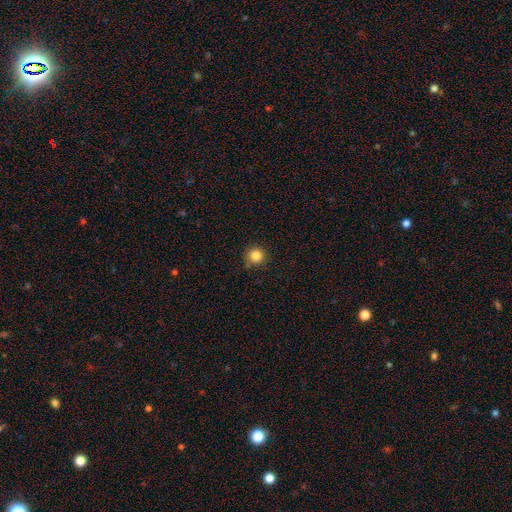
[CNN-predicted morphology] Smooth or featured?
  - smooth: 84% *
  - star or artifact: 11%
  - featured or disk: 5%
How rounded?
  - round: 95% *
  - in between: 4%
  - cigar-shaped: 1%
Merging?
  - none: 86% *
  - minor disturbance: 10%
  - major disturbance: 2%
  - merger: 2%